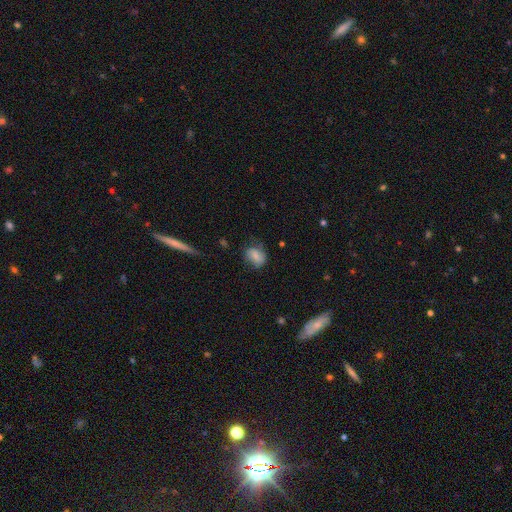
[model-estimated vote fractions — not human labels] Smooth or featured: smooth — 75% (featured or disk — 16%)
How rounded: in between — 72% (round — 27%)
Merging: none — 53% (minor disturbance — 30%)